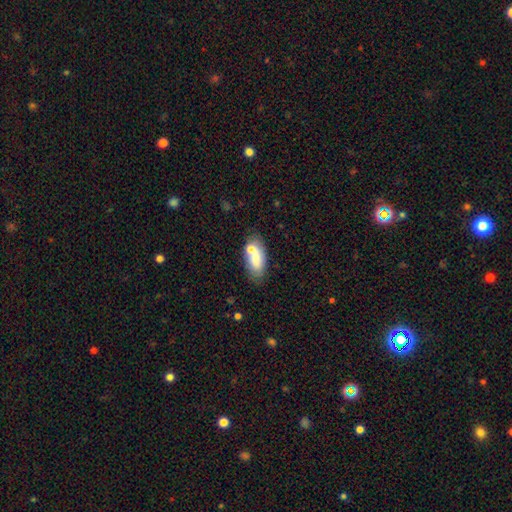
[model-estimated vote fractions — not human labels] smooth_or_featured: smooth (p=0.68) [alt: featured or disk p=0.24]
how_rounded: in between (p=0.87) [alt: cigar-shaped p=0.08]
merging: none (p=0.56) [alt: merger p=0.22]